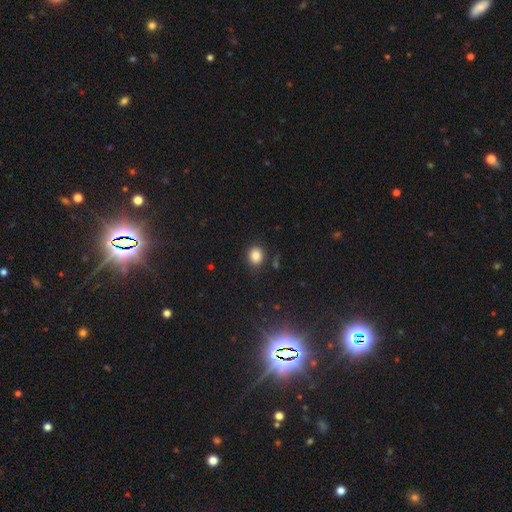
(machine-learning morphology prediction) A smooth galaxy with no disk features (84%) that is round (67%). Merging: none (83%).